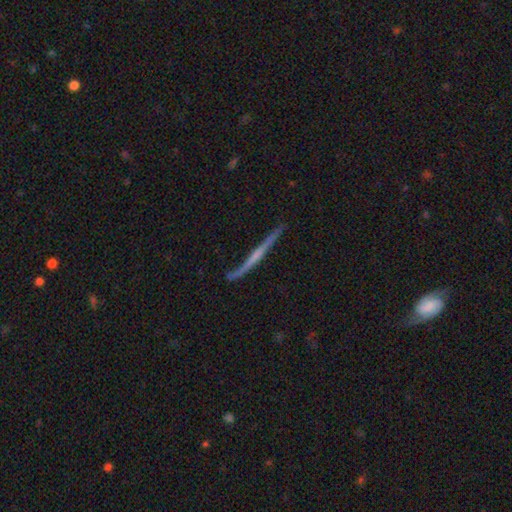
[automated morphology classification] smooth-or-featured: featured or disk: 67% | smooth: 27% | star or artifact: 6%
  disk-edge-on: yes: 95% | no: 5%
    edge-on-bulge: none: 64% | rounded: 24% | boxy: 12%
  merging: none: 77% | minor disturbance: 16% | major disturbance: 4% | merger: 3%